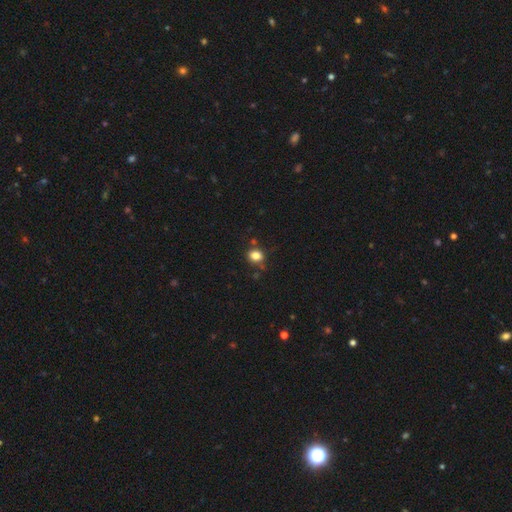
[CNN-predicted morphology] type=smooth (82%); roundness=round (60%); merging=none (75%).